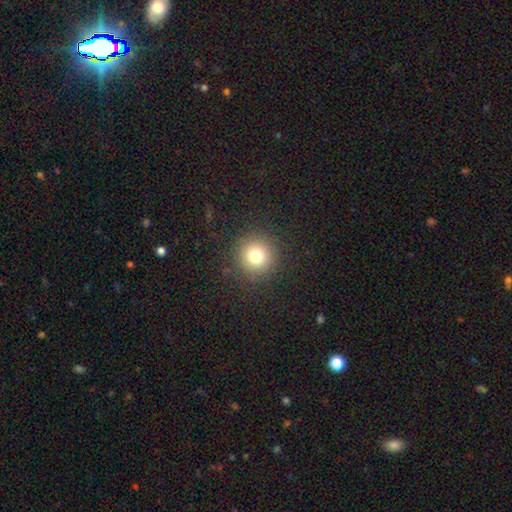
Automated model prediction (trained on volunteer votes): smooth_or_featured: smooth (p=0.76) [alt: star or artifact p=0.15]
how_rounded: round (p=0.95) [alt: in between p=0.04]
merging: none (p=0.90) [alt: minor disturbance p=0.06]